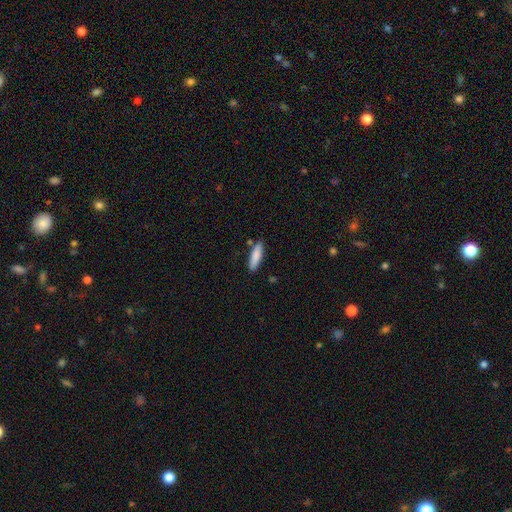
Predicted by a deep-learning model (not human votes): Morphology: type=smooth (84%); roundness=cigar-shaped (66%); merging=none (83%).